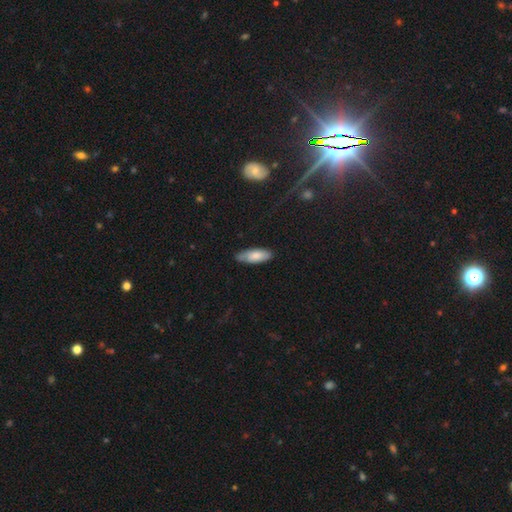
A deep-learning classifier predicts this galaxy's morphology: This is likely a smooth galaxy (78%). How rounded: likely in between (73%). Merging: likely none (75%).